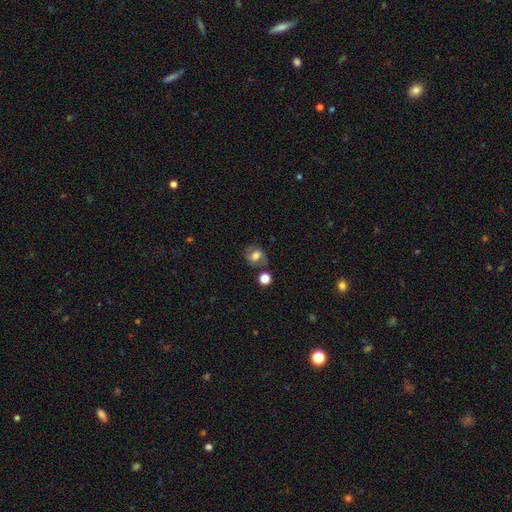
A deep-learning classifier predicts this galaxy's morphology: This is possibly a smooth galaxy (49%). Merging: likely none (68%).